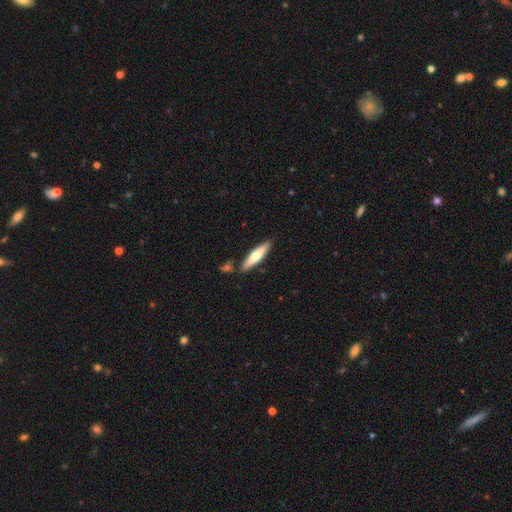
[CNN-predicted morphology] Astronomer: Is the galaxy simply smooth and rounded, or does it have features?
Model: smooth — 57% (runner-up: featured or disk, 38%).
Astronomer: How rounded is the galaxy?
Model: cigar-shaped — 80%.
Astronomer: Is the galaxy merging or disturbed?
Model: none — 82%.